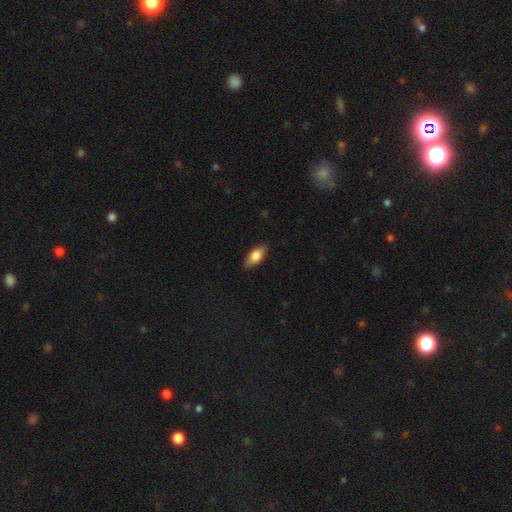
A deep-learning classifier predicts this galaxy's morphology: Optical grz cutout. It shows a smooth galaxy with no disk features (80%) that is in between round and cigar-shaped (88%). Merging: none (86%).